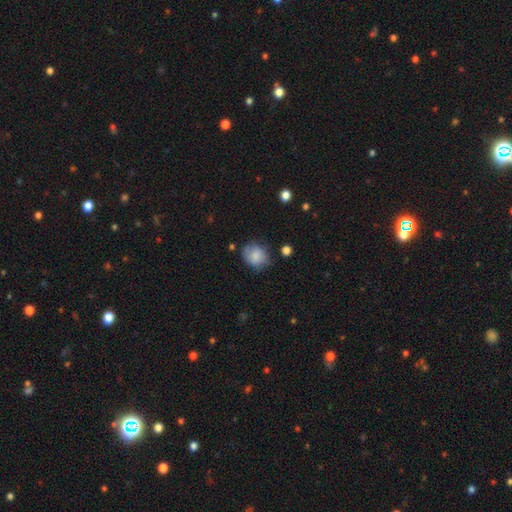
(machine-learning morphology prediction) smooth-or-featured: smooth: 80% | featured or disk: 12% | star or artifact: 8%
  how-rounded: round: 64% | in between: 35% | cigar-shaped: 1%
  merging: none: 65% | minor disturbance: 25% | major disturbance: 7% | merger: 3%